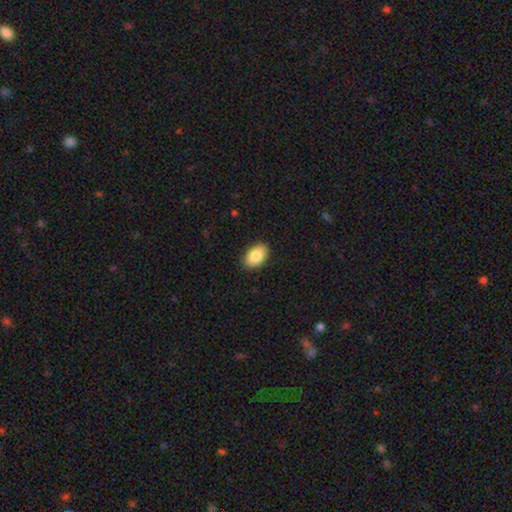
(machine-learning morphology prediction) A smooth galaxy with no disk features (86%) that is in between round and cigar-shaped (90%). Merging: none (88%).